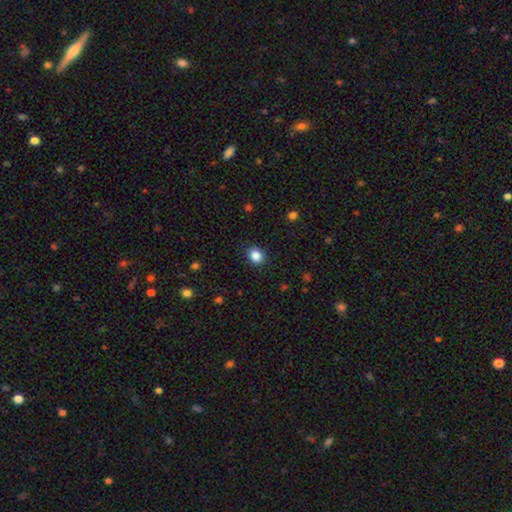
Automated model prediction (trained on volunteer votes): Smooth or featured: smooth — 86% (star or artifact — 10%)
How rounded: round — 63% (in between — 36%)
Merging: none — 87% (minor disturbance — 9%)